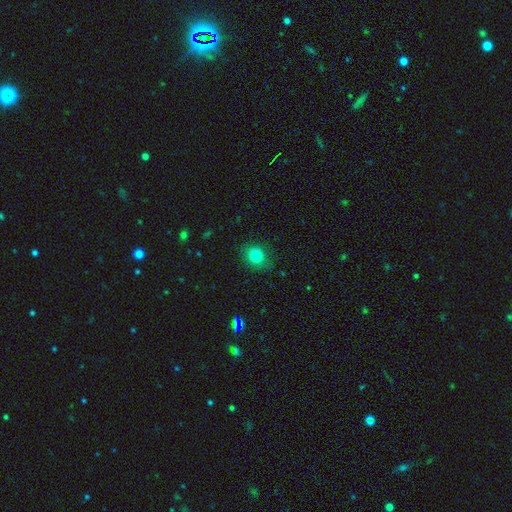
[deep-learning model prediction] smooth-or-featured: smooth: 83% | star or artifact: 11% | featured or disk: 5%
  how-rounded: round: 65% | in between: 34% | cigar-shaped: 1%
  merging: none: 78% | minor disturbance: 16% | major disturbance: 5% | merger: 1%